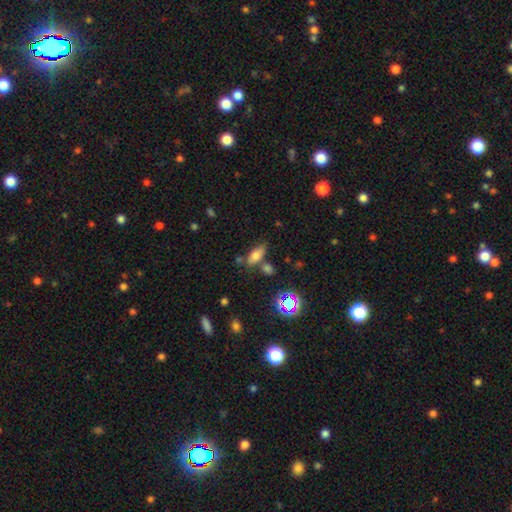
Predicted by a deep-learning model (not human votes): The model was most divided on "merging": none: 65%, merger: 15%, minor disturbance: 15%, major disturbance: 5%. More confident: how rounded — in between (77%); smooth or featured — smooth (69%).